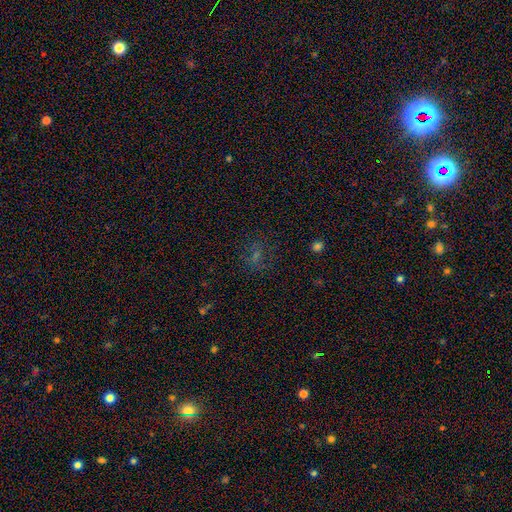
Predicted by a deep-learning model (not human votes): Smooth or featured?
  - smooth: 42% *
  - star or artifact: 40%
  - featured or disk: 18%
Merging?
  - none: 72% *
  - minor disturbance: 15%
  - major disturbance: 10%
  - merger: 4%